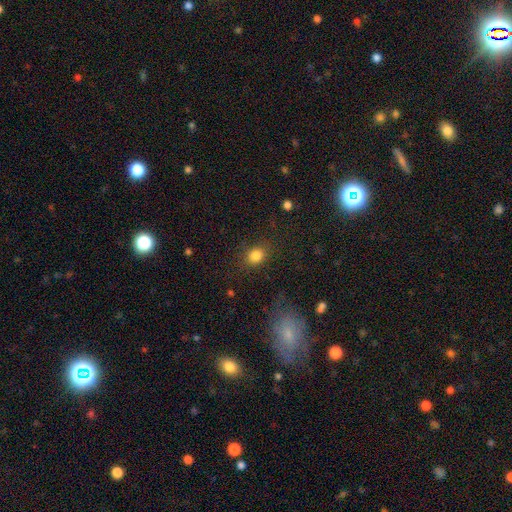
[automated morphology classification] type=smooth (83%); roundness=round (56%); merging=none (80%).